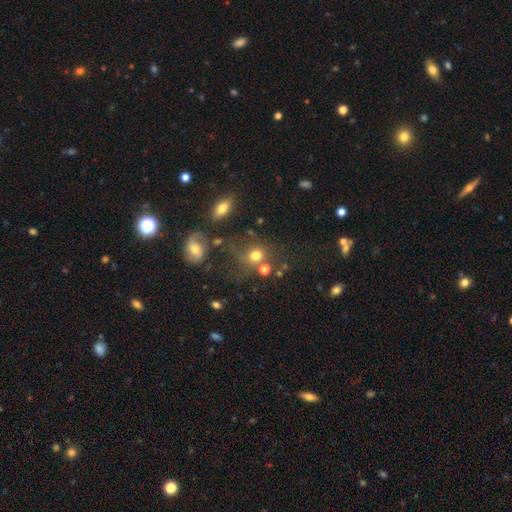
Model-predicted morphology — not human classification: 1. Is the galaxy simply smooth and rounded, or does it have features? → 69% smooth, 16% star or artifact, 15% featured or disk.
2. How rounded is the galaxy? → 77% round, 22% in between, 1% cigar-shaped.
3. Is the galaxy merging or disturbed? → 50% none, 21% merger, 15% minor disturbance, 13% major disturbance.